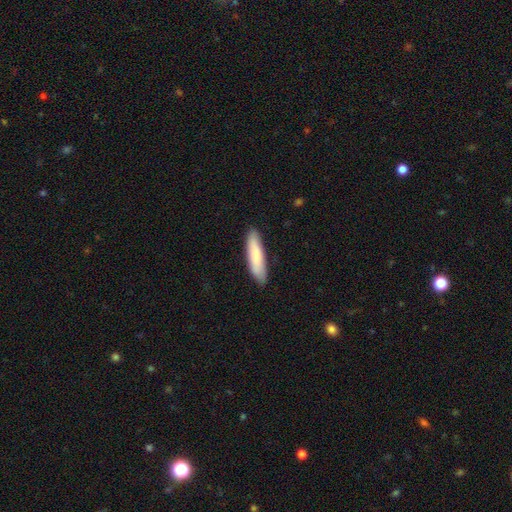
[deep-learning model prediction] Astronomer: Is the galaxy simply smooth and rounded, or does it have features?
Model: smooth — 83%.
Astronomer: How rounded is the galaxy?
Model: cigar-shaped — 75%.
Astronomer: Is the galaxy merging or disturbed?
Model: none — 87%.